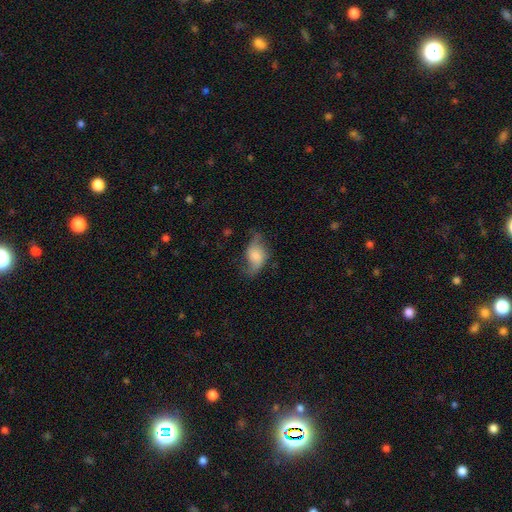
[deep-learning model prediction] smooth 50%, featured or disk 41%, star or artifact 9%. Down the decision tree: how rounded — in between (86%); merging — none (50%).